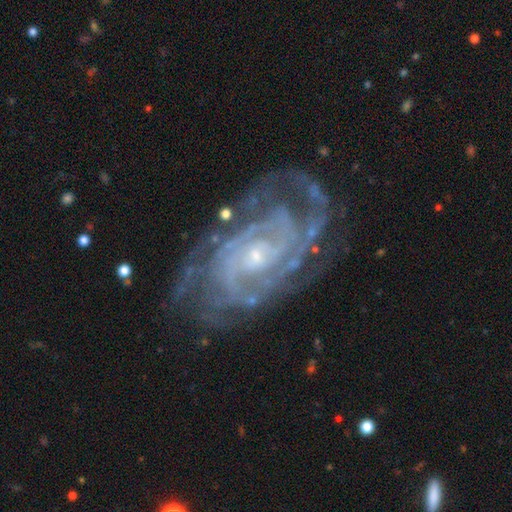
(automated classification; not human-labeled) Smooth or featured?
  - featured or disk: 91% *
  - star or artifact: 6%
  - smooth: 4%
Edge-on disk?
  - no: 96% *
  - yes: 4%
Bar?
  - no: 65% *
  - weak: 26%
  - strong: 8%
Spiral arms?
  - yes: 97% *
  - no: 3%
Spiral winding?
  - tight: 73% *
  - medium: 23%
  - loose: 4%
Spiral arm count?
  - can't tell: 28% *
  - 2: 24%
  - 3: 18%
  - 4: 15%
  - more than 4: 9%
  - 1: 7%
Bulge size?
  - small: 72% *
  - moderate: 23%
  - none: 3%
  - large: 1%
  - dominant: 1%
Merging?
  - none: 73% *
  - minor disturbance: 17%
  - major disturbance: 8%
  - merger: 2%